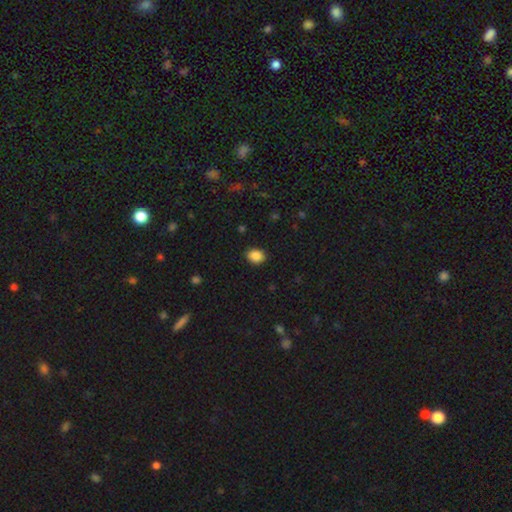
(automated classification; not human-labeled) smooth 88%, star or artifact 9%, featured or disk 3%. Down the decision tree: how rounded — in between (58%); merging — none (88%).